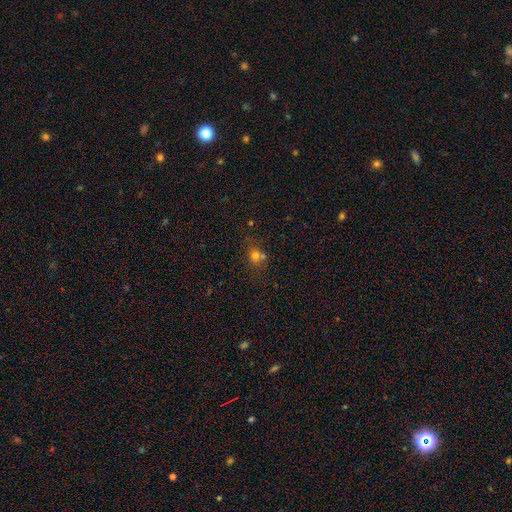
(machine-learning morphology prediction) A smooth galaxy with no disk features (72%) that is round (74%).

Vote fractions:
- Smooth or featured? smooth: 72% / star or artifact: 16% / featured or disk: 11%
- How rounded? round: 74% / in between: 24% / cigar-shaped: 1%
- Merging? none: 49% / merger: 35% / minor disturbance: 11% / major disturbance: 4%